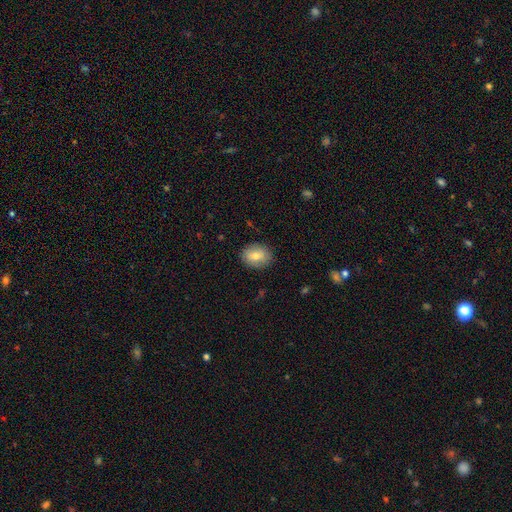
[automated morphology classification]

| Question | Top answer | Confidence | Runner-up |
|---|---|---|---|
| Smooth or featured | smooth | 71% | featured or disk (21%) |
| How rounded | in between | 62% | round (37%) |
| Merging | none | 84% | minor disturbance (12%) |